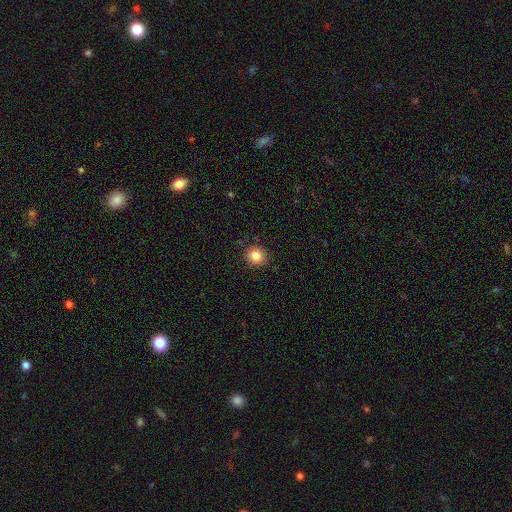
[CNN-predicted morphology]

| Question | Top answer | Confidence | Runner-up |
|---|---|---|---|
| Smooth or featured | smooth | 84% | star or artifact (11%) |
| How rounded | round | 88% | in between (11%) |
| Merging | none | 90% | minor disturbance (7%) |